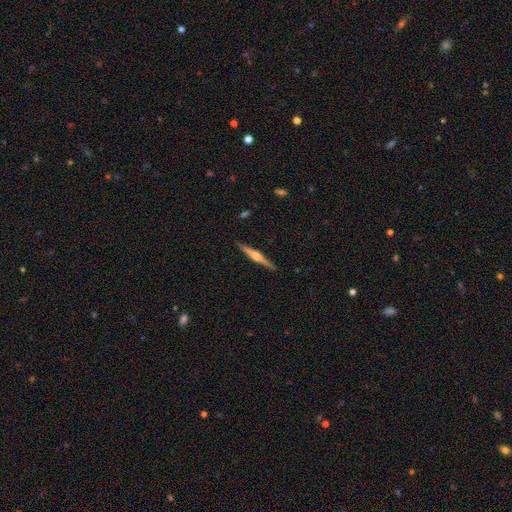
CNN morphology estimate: A featured or disk galaxy (78%) viewed edge-on (98%) with a rounded central bulge (85%).

Vote fractions:
- Smooth or featured? featured or disk: 78% / smooth: 16% / star or artifact: 5%
- Edge-on disk? yes: 98% / no: 2%
- Edge-on bulge? rounded: 85% / boxy: 11% / none: 4%
- Merging? none: 91% / minor disturbance: 6% / major disturbance: 1% / merger: 1%